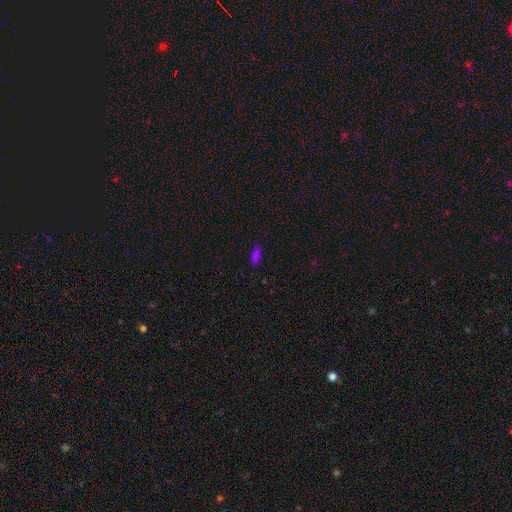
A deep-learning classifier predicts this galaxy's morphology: Smooth or featured: smooth — 82% (star or artifact — 13%)
How rounded: in between — 65% (cigar-shaped — 32%)
Merging: none — 86% (minor disturbance — 10%)